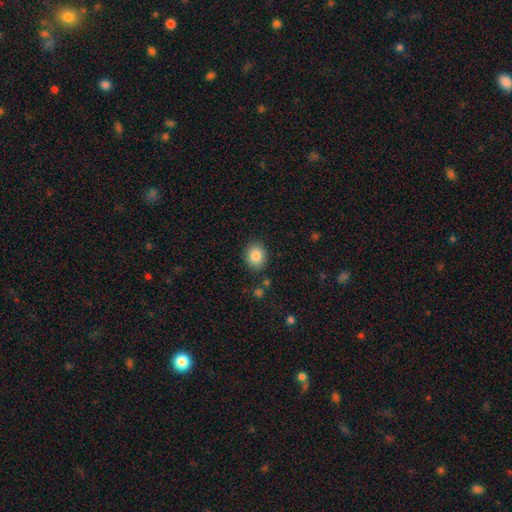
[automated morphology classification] Smooth or featured: smooth — 86% (star or artifact — 9%)
How rounded: round — 61% (in between — 38%)
Merging: none — 86% (minor disturbance — 9%)